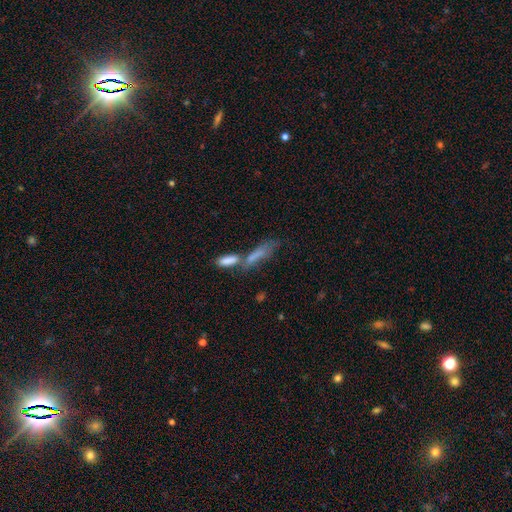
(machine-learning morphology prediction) type=smooth (69%); roundness=cigar-shaped (52%); merging=merger (60%).